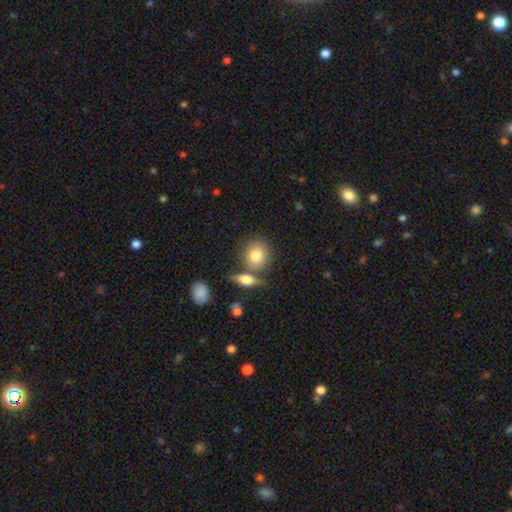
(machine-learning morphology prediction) Q: Smooth or featured?
A: smooth (80%); runner-up: featured or disk (12%)
Q: How rounded?
A: round (73%); runner-up: in between (25%)
Q: Merging?
A: none (61%); runner-up: merger (24%)